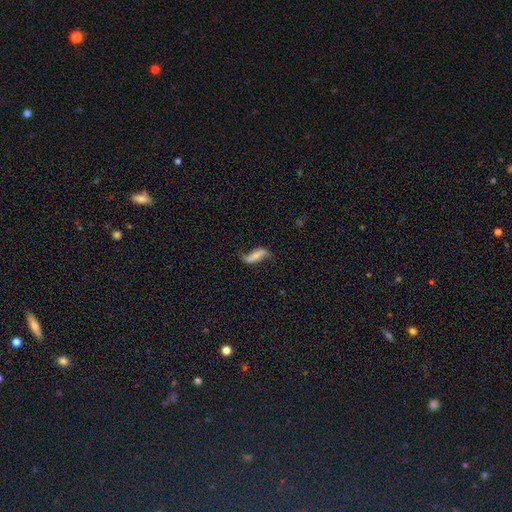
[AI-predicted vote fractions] Smooth or featured?
  - featured or disk: 67% *
  - smooth: 25%
  - star or artifact: 8%
Edge-on disk?
  - no: 89% *
  - yes: 11%
Bar?
  - strong: 39% *
  - no: 33%
  - weak: 28%
Spiral arms?
  - yes: 89% *
  - no: 11%
Spiral winding?
  - loose: 89% *
  - medium: 8%
  - tight: 3%
Spiral arm count?
  - 2: 91% *
  - 1: 4%
  - can't tell: 3%
  - 3: 1%
  - 4: 1%
  - more than 4: 1%
Bulge size?
  - small: 46% *
  - none: 27%
  - moderate: 21%
  - large: 4%
  - dominant: 2%
Merging?
  - none: 66% *
  - minor disturbance: 21%
  - major disturbance: 11%
  - merger: 3%